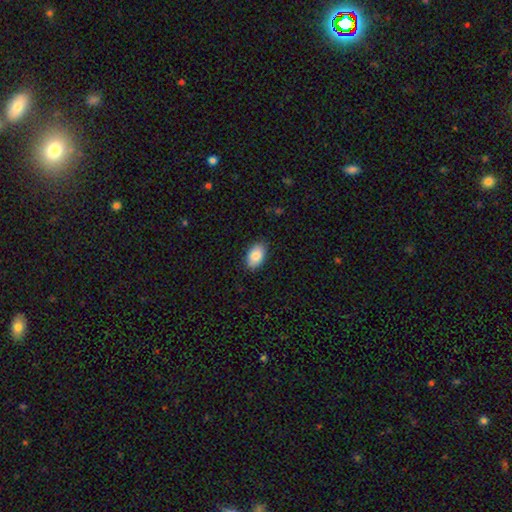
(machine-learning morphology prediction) smooth_or_featured: smooth (p=0.86) [alt: featured or disk p=0.08]
how_rounded: in between (p=0.92) [alt: round p=0.06]
merging: none (p=0.87) [alt: minor disturbance p=0.10]